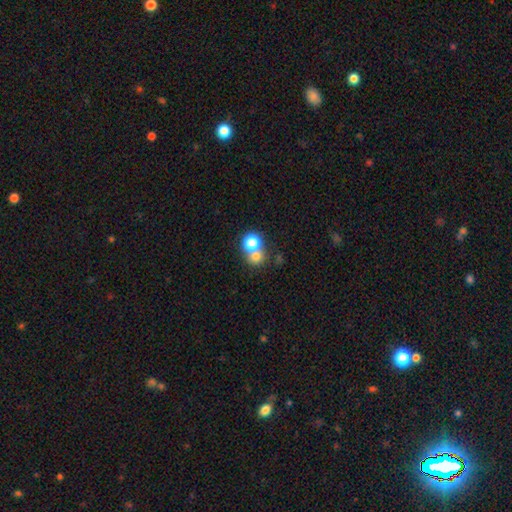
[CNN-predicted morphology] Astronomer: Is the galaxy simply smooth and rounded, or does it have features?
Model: smooth — 71%.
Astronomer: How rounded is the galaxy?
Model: round — 84%.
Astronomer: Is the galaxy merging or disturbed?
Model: merger — 47% (runner-up: none, 43%).